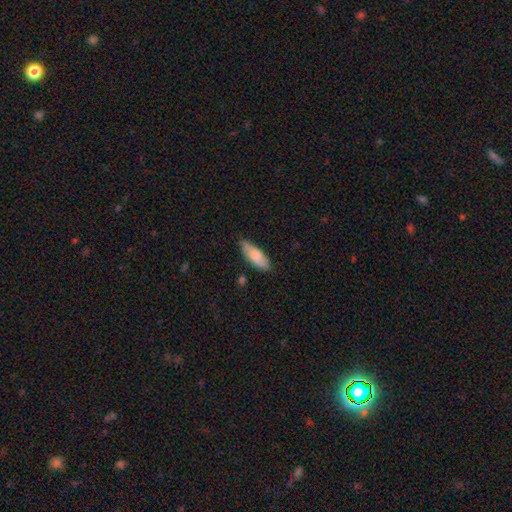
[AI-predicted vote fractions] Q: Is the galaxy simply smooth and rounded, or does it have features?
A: smooth — 77%.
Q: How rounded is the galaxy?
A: in between — 70%.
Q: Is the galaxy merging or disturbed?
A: none — 72%.